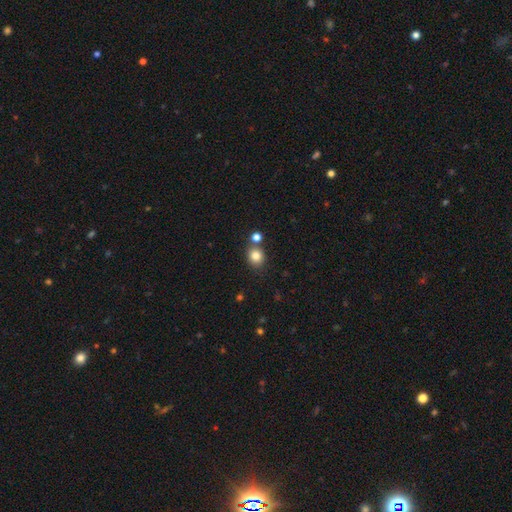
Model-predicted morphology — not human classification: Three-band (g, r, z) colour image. It shows a smooth galaxy with no disk features (82%) that is round (71%). Merging: none (71%).